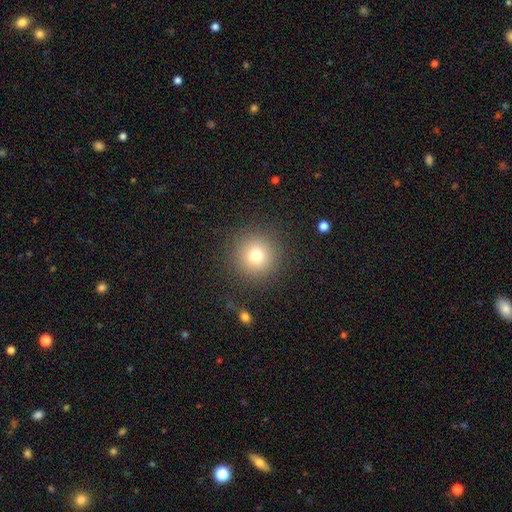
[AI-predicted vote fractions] Smooth or featured? Predicted: smooth (p=0.76). How rounded? Predicted: round (p=0.94). Merging? Predicted: none (p=0.88).